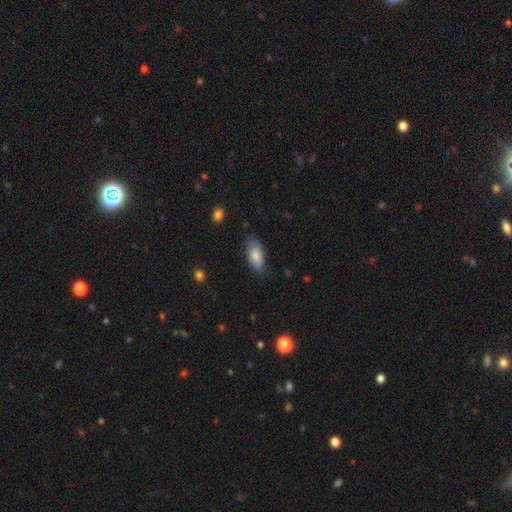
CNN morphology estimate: The model was most divided on "merging": none: 71%, minor disturbance: 22%, major disturbance: 5%, merger: 1%. More confident: how rounded — in between (89%); smooth or featured — smooth (83%).